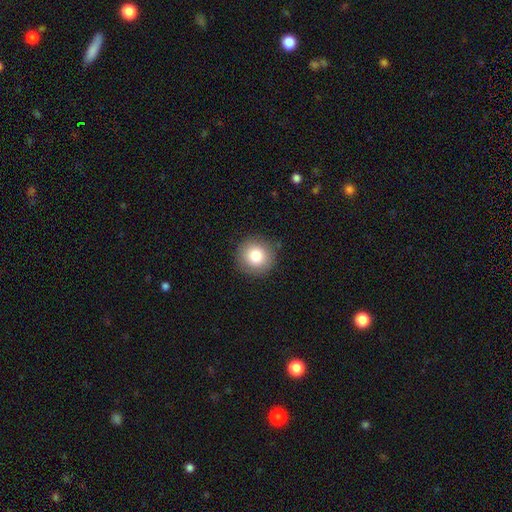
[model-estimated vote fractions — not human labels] This is clearly a smooth galaxy (81%). How rounded: clearly round (94%). Merging: clearly none (89%).